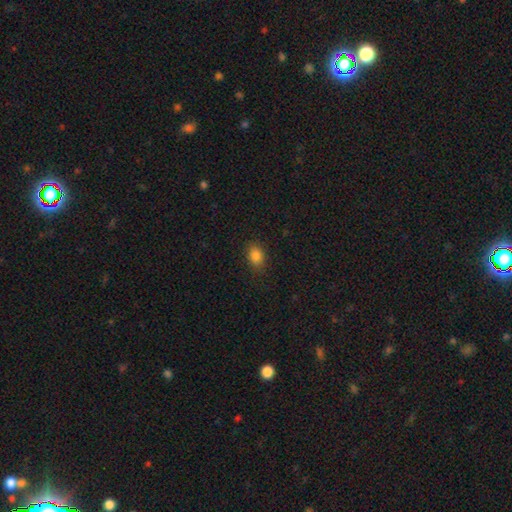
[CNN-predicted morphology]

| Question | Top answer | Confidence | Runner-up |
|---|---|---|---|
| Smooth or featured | smooth | 85% | star or artifact (11%) |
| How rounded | in between | 77% | round (21%) |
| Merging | none | 86% | minor disturbance (10%) |